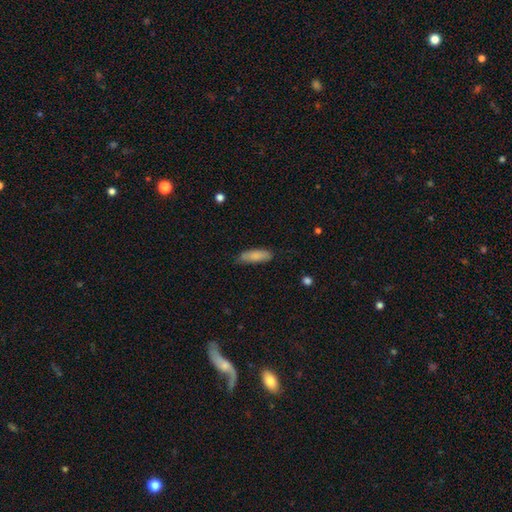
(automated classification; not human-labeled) Morphology: type=smooth (84%); roundness=in between (57%); merging=none (72%).